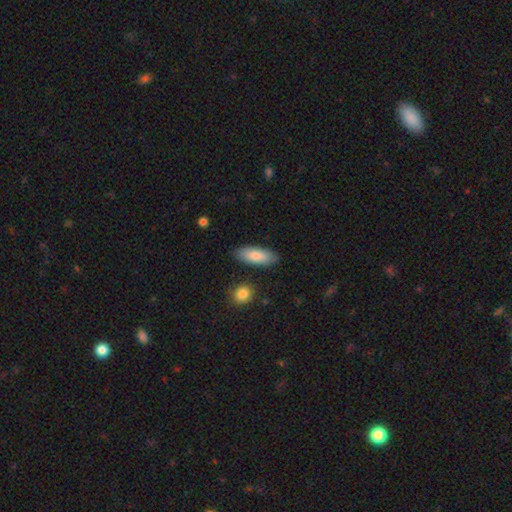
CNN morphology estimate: Smooth or featured? Predicted: smooth (p=0.82). How rounded? Predicted: in between (p=0.74). Merging? Predicted: none (p=0.84).